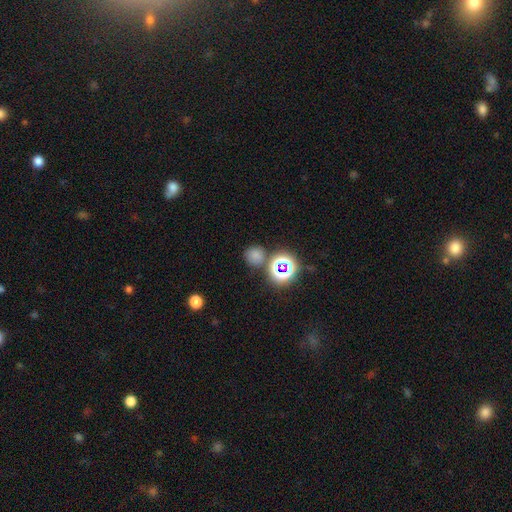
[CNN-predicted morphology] Smooth or featured? smooth (68%)
How rounded? round (89%)
Merging? none (75%)